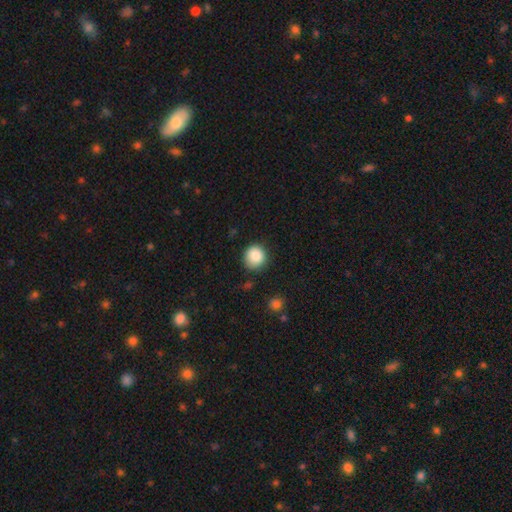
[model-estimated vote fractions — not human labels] smooth-or-featured: smooth: 86% | star or artifact: 9% | featured or disk: 5%
  how-rounded: round: 91% | in between: 8% | cigar-shaped: 1%
  merging: none: 84% | minor disturbance: 11% | major disturbance: 3% | merger: 2%